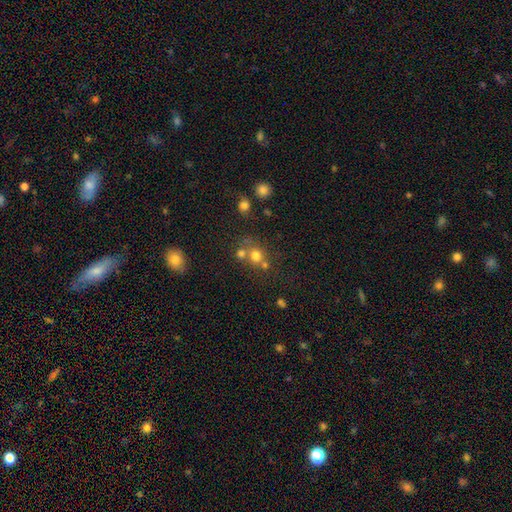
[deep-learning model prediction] A smooth galaxy with no disk features (72%) that is round (83%).

Vote fractions:
- Smooth or featured? smooth: 72% / star or artifact: 17% / featured or disk: 11%
- How rounded? round: 83% / in between: 16% / cigar-shaped: 1%
- Merging? none: 53% / merger: 33% / minor disturbance: 9% / major disturbance: 5%